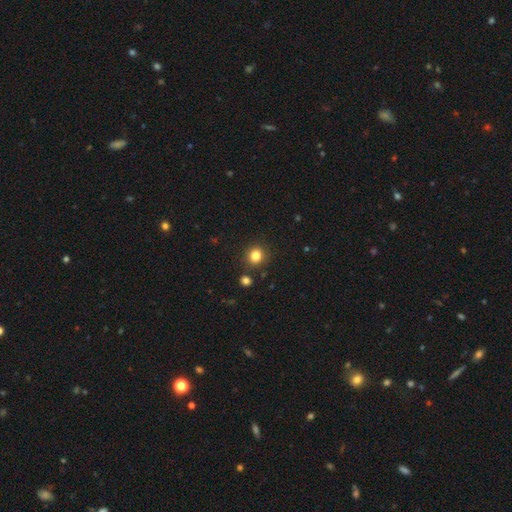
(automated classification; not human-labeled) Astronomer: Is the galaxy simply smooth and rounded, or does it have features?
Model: smooth — 82%.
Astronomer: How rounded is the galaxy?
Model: round — 85%.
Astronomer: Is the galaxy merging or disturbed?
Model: none — 87%.